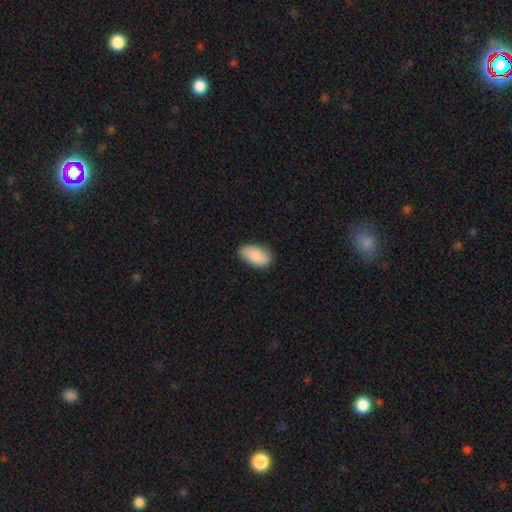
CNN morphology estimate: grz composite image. It shows a smooth galaxy with no disk features (88%) that is in between round and cigar-shaped (94%). Merging: none (79%).